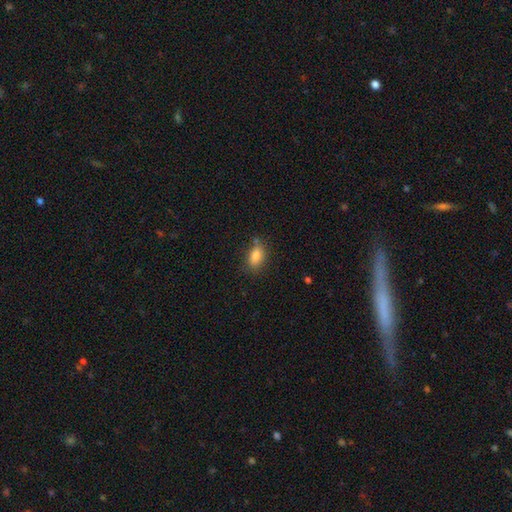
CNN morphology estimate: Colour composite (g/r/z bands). It shows a smooth galaxy with no disk features (83%) that is in between round and cigar-shaped (86%). Merging: none (77%).